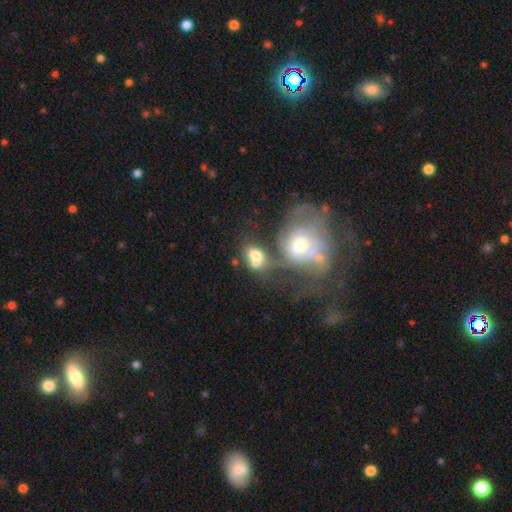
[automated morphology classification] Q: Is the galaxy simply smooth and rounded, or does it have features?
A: smooth — 53%.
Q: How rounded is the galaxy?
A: in between — 64%.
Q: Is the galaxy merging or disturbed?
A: merger — 59%.